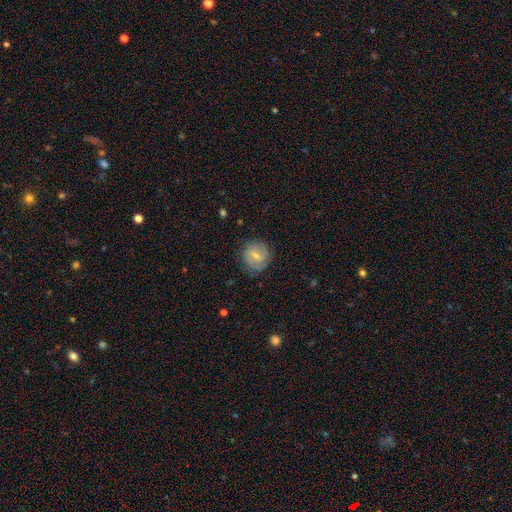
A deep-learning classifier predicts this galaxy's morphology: This is possibly a smooth galaxy (46%, tied with featured or disk). Merging: likely none (79%).